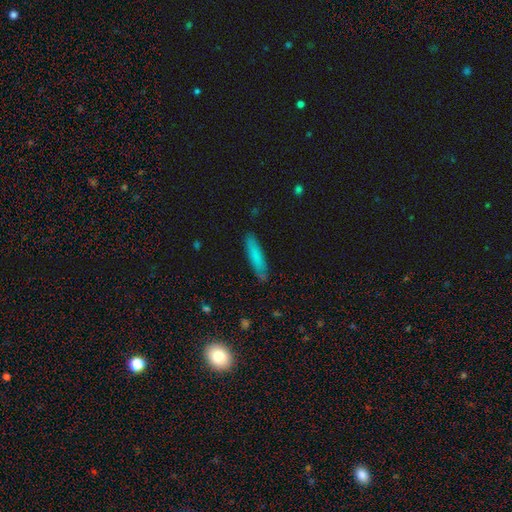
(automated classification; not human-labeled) Q: Smooth or featured?
A: smooth (73%); runner-up: featured or disk (18%)
Q: How rounded?
A: cigar-shaped (84%); runner-up: in between (14%)
Q: Merging?
A: none (84%); runner-up: minor disturbance (12%)